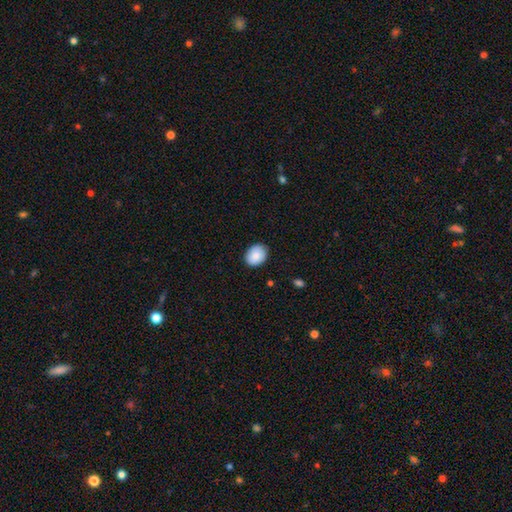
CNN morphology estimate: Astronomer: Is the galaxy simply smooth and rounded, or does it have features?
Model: smooth — 87%.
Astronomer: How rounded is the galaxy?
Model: in between — 59% (runner-up: round, 41%).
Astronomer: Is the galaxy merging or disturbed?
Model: none — 86%.